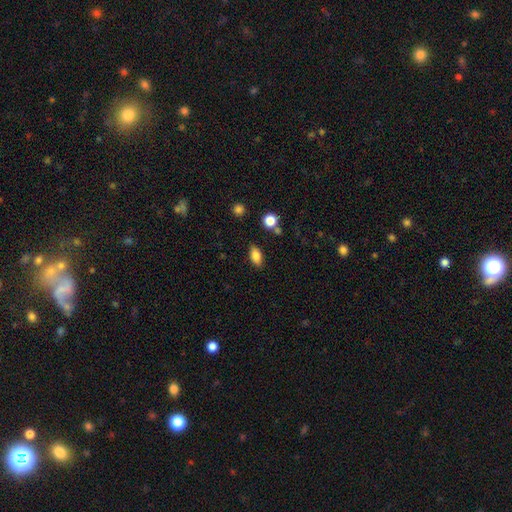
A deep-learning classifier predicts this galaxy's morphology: The model was most divided on "merging": none: 84%, minor disturbance: 10%, merger: 3%, major disturbance: 3%. More confident: how rounded — in between (87%); smooth or featured — smooth (84%).